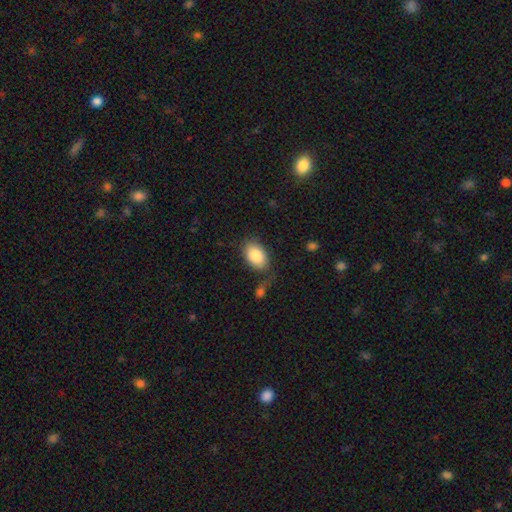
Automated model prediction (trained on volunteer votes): smooth-or-featured: smooth: 86% | featured or disk: 8% | star or artifact: 6%
  how-rounded: in between: 89% | round: 10% | cigar-shaped: 1%
  merging: none: 70% | minor disturbance: 17% | major disturbance: 7% | merger: 6%